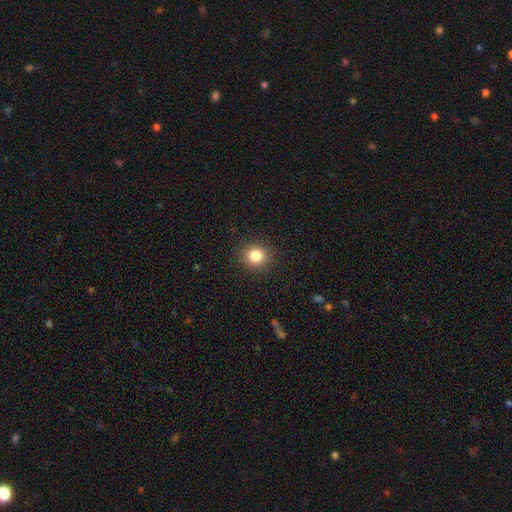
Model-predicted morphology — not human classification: A smooth galaxy with no disk features (84%) that is round (86%).

Vote fractions:
- Smooth or featured? smooth: 84% / star or artifact: 11% / featured or disk: 5%
- How rounded? round: 86% / in between: 13% / cigar-shaped: 1%
- Merging? none: 91% / minor disturbance: 6% / major disturbance: 2% / merger: 1%